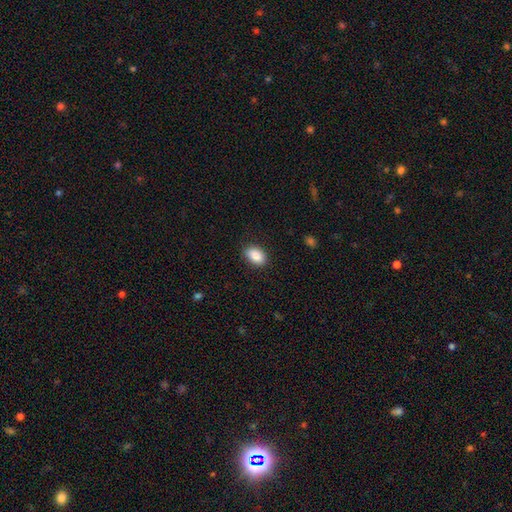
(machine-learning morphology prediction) smooth-or-featured: smooth: 89% | star or artifact: 7% | featured or disk: 3%
  how-rounded: in between: 88% | round: 11% | cigar-shaped: 1%
  merging: none: 85% | minor disturbance: 11% | major disturbance: 3% | merger: 1%